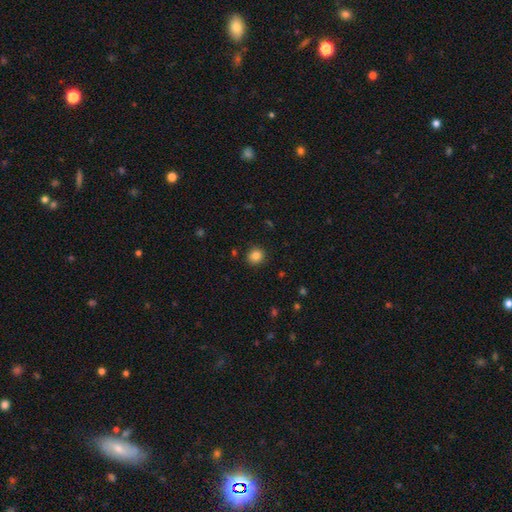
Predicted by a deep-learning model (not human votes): Morphology: type=smooth (85%); roundness=round (84%); merging=none (89%).